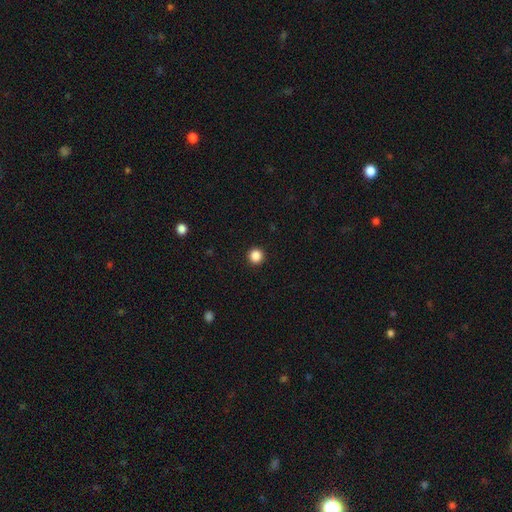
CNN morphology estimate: Q: Smooth or featured?
A: smooth (87%); runner-up: star or artifact (11%)
Q: How rounded?
A: round (96%); runner-up: in between (3%)
Q: Merging?
A: none (94%); runner-up: minor disturbance (4%)